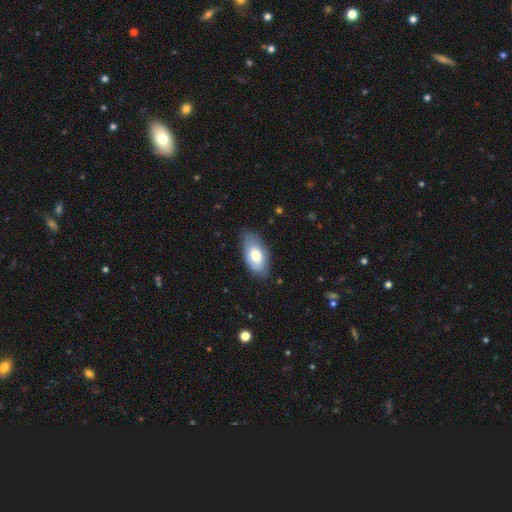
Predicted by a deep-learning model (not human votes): A smooth galaxy with no disk features (74%) that is in between round and cigar-shaped (93%). Merging: none (76%).